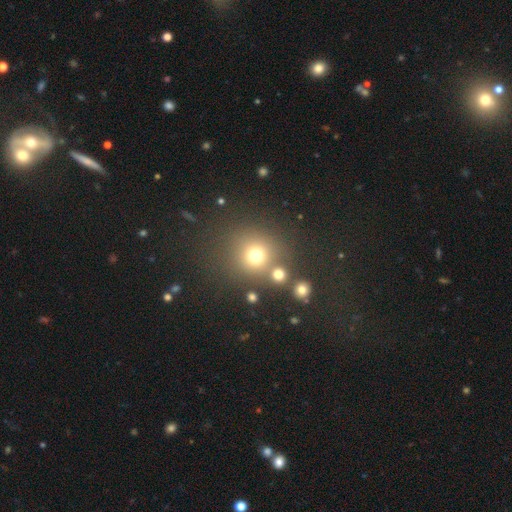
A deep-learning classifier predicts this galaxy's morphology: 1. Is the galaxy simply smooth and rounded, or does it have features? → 70% smooth, 20% star or artifact, 9% featured or disk.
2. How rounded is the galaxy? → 89% round, 10% in between, 1% cigar-shaped.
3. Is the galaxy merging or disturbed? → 71% none, 14% merger, 10% minor disturbance, 5% major disturbance.